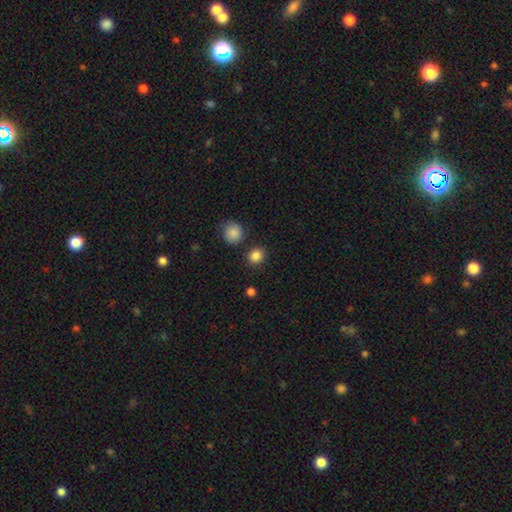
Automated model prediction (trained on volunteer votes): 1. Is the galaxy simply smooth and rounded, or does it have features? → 86% smooth, 10% star or artifact, 4% featured or disk.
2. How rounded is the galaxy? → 84% round, 15% in between, 1% cigar-shaped.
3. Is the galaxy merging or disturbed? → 85% none, 8% minor disturbance, 5% merger, 3% major disturbance.